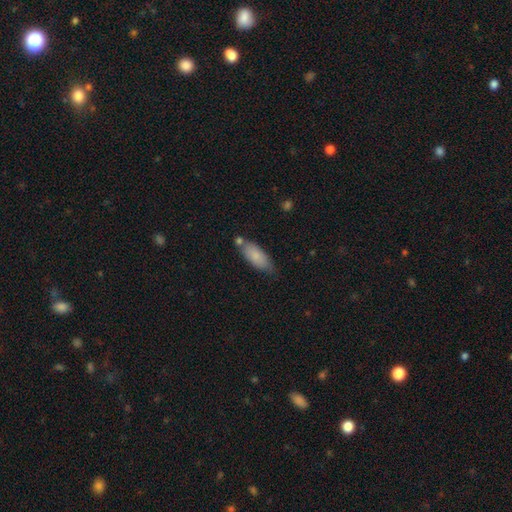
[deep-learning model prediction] Smooth or featured? Predicted: smooth (p=0.81). How rounded? Predicted: in between (p=0.79). Merging? Predicted: none (p=0.61).